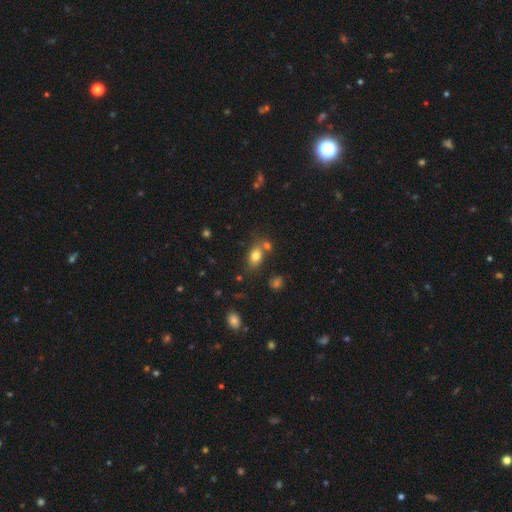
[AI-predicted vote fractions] Smooth or featured?
  - smooth: 78% *
  - star or artifact: 11%
  - featured or disk: 11%
How rounded?
  - in between: 81% *
  - round: 16%
  - cigar-shaped: 3%
Merging?
  - none: 62% *
  - merger: 20%
  - minor disturbance: 14%
  - major disturbance: 4%